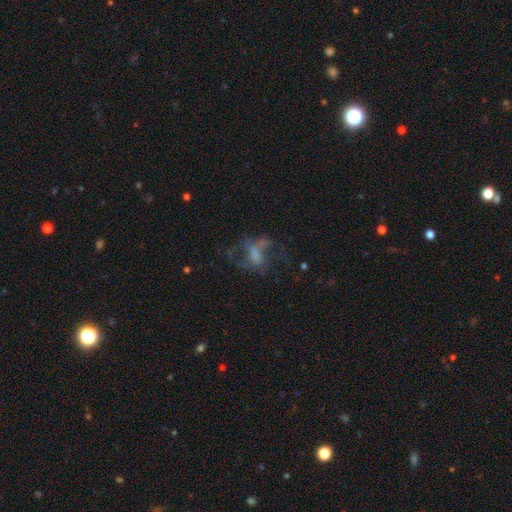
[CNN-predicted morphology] Smooth or featured: featured or disk — 56% (smooth — 25%)
Edge-on disk: no — 95% (yes — 5%)
Bar: no — 55% (weak — 33%)
Spiral arms: yes — 51% (no — 49%)
Bulge size: none — 41% (moderate — 25%)
Merging: none — 42% (major disturbance — 37%)